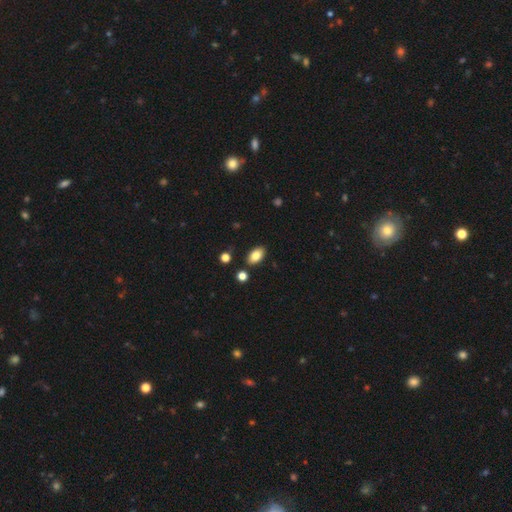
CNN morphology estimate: Smooth or featured: smooth — 84% (featured or disk — 8%)
How rounded: in between — 92% (round — 5%)
Merging: none — 85% (minor disturbance — 9%)